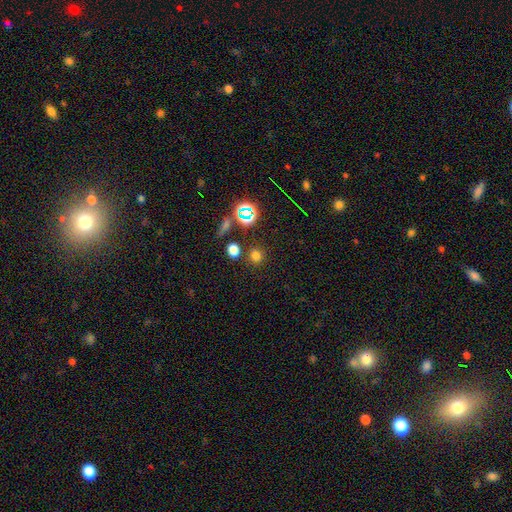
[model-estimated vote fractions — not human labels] This is likely a smooth galaxy (70%). How rounded: clearly round (87%). Merging: clearly none (81%).